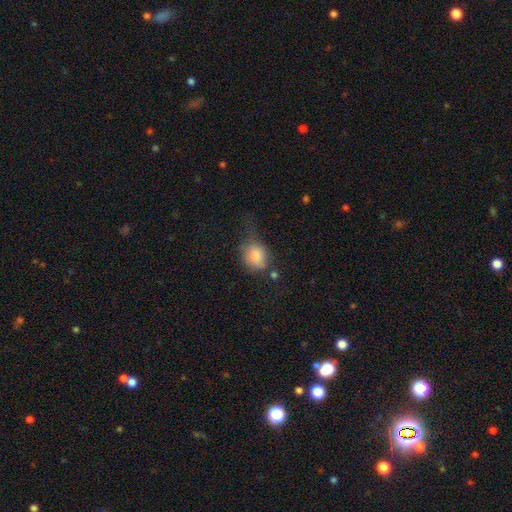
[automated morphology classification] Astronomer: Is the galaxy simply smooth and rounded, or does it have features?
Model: smooth — 82%.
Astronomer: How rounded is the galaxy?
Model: round — 54% (runner-up: in between, 44%).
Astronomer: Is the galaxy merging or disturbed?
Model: none — 39% (runner-up: minor disturbance, 33%).